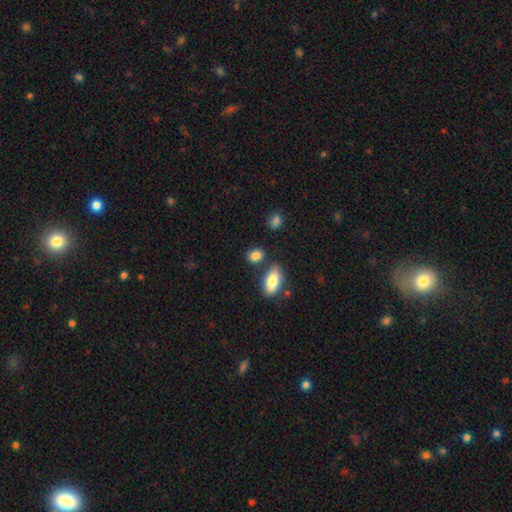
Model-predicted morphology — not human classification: The model was most divided on "how rounded": in between: 69%, round: 28%, cigar-shaped: 3%. More confident: smooth or featured — smooth (86%); merging — none (71%).